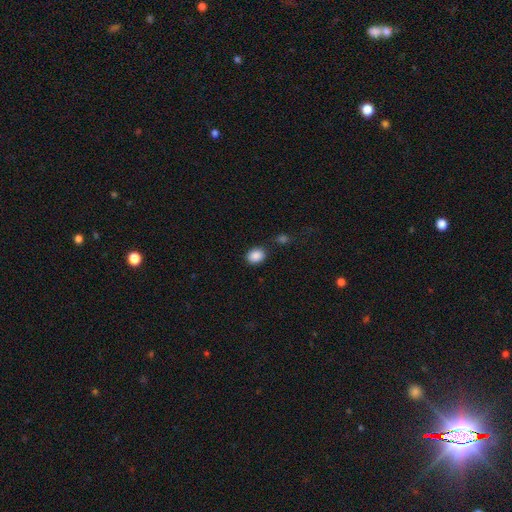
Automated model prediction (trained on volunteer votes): smooth-or-featured: smooth: 88% | star or artifact: 9% | featured or disk: 3%
  how-rounded: in between: 54% | round: 45% | cigar-shaped: 1%
  merging: none: 79% | minor disturbance: 12% | merger: 6% | major disturbance: 4%